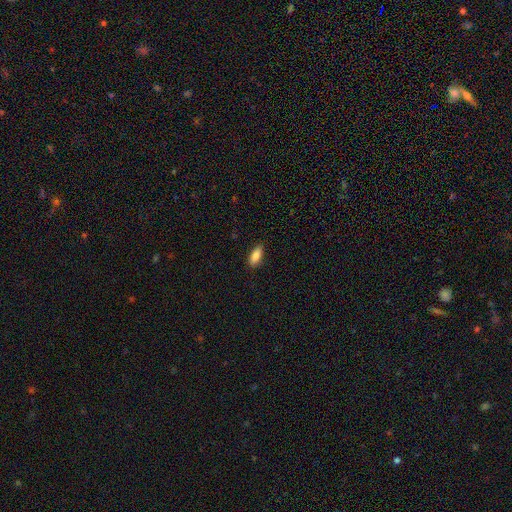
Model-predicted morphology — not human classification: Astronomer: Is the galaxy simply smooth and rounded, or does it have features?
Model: smooth — 86%.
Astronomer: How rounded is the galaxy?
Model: in between — 74%.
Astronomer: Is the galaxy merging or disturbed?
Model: none — 86%.